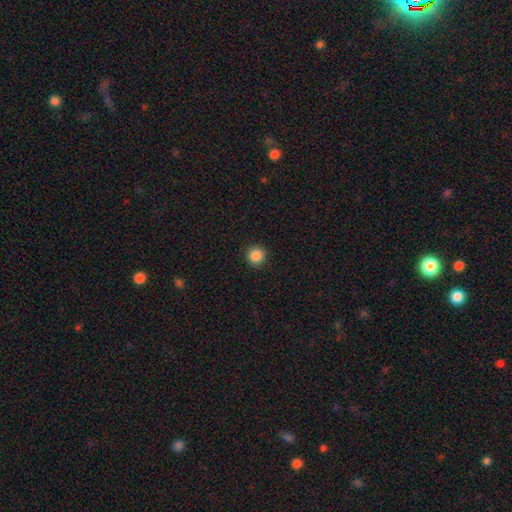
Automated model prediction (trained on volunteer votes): Morphology: type=smooth (87%); roundness=round (94%); merging=none (92%).